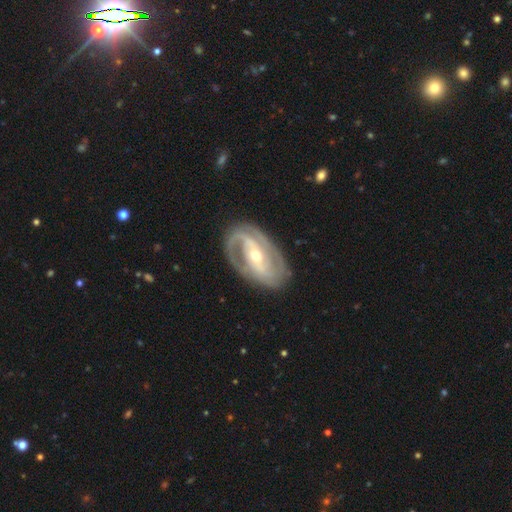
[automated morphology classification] featured or disk 89%, smooth 6%, star or artifact 4%. Down the decision tree: edge-on disk — no (96%); bar — strong (44%); spiral arms — yes (96%); spiral arm count — 2 (70%); spiral winding — tight (45%); bulge size — moderate (48%, tied with small); merging — none (79%).